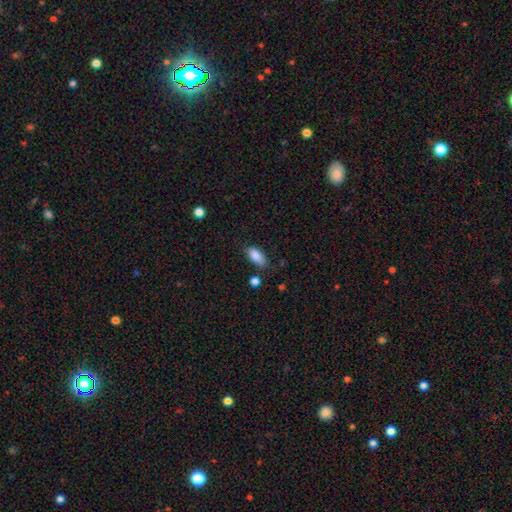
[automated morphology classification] smooth 88%, star or artifact 7%, featured or disk 5%. Down the decision tree: how rounded — in between (88%); merging — none (73%).